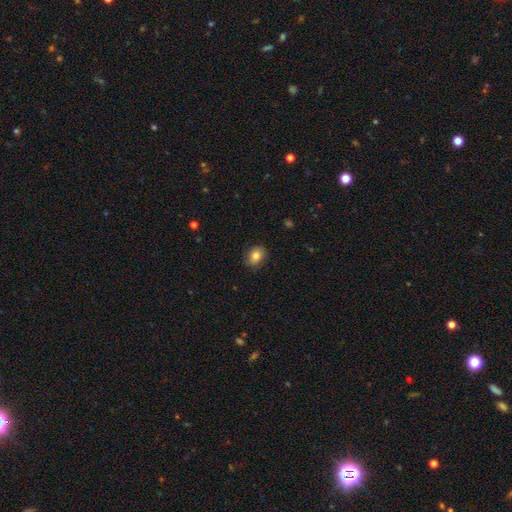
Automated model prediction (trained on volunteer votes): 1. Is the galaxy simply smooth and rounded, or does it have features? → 84% smooth, 9% star or artifact, 7% featured or disk.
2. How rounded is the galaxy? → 52% in between, 47% round, 1% cigar-shaped.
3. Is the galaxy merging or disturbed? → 86% none, 11% minor disturbance, 2% major disturbance, 1% merger.